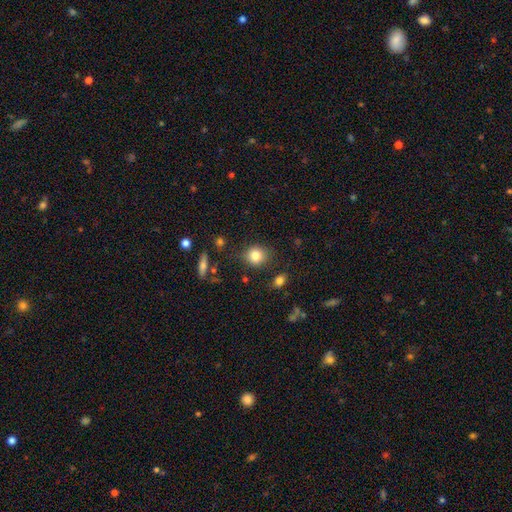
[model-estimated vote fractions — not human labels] smooth-or-featured: smooth: 82% | star or artifact: 11% | featured or disk: 7%
  how-rounded: round: 82% | in between: 17% | cigar-shaped: 1%
  merging: none: 80% | minor disturbance: 13% | major disturbance: 4% | merger: 3%